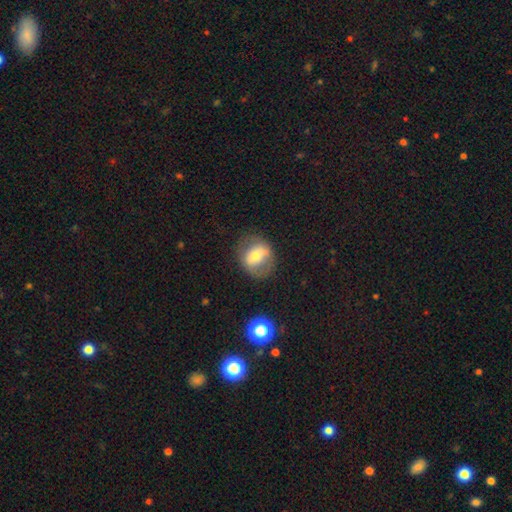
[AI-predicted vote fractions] Q: Smooth or featured?
A: smooth (52%); runner-up: featured or disk (39%)
Q: How rounded?
A: round (57%); runner-up: in between (42%)
Q: Merging?
A: none (69%); runner-up: minor disturbance (19%)